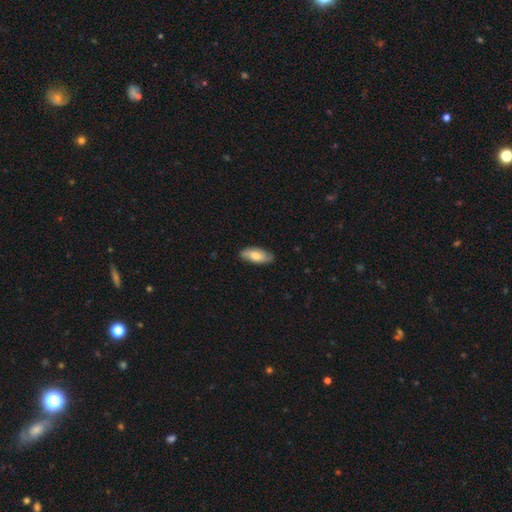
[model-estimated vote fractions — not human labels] Smooth or featured? smooth (67%)
How rounded? in between (84%)
Merging? none (83%)